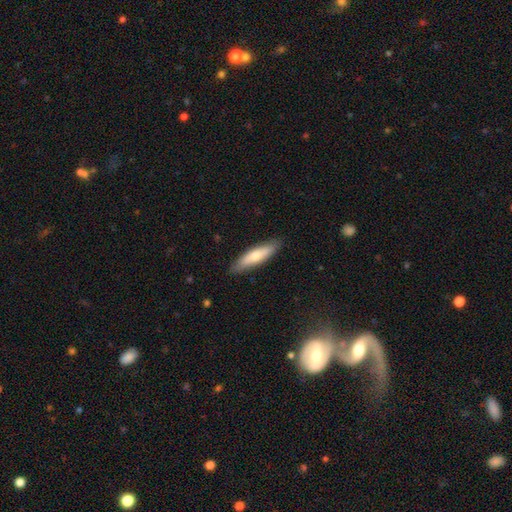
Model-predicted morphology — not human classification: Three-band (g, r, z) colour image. It shows a smooth galaxy with no disk features (67%) that is cigar-shaped (69%). Merging: none (86%).